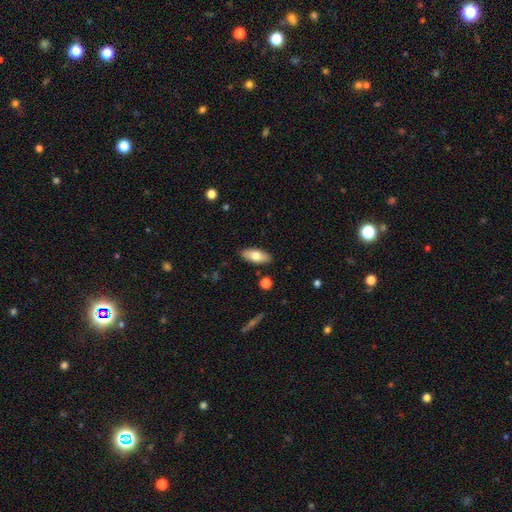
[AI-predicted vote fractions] Smooth or featured? Predicted: smooth (p=0.71). How rounded? Predicted: in between (p=0.81). Merging? Predicted: none (p=0.88).